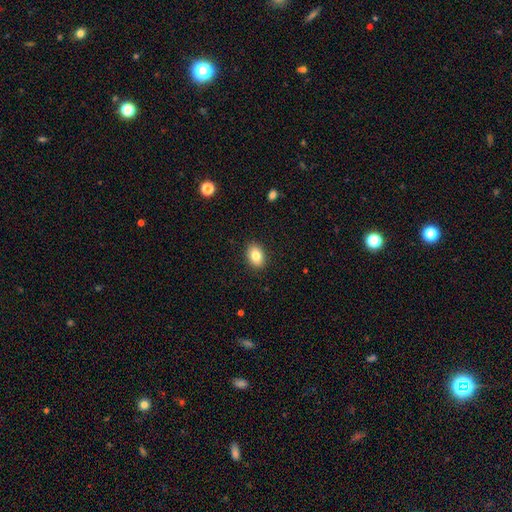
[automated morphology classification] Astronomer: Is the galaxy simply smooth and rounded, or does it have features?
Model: smooth — 83%.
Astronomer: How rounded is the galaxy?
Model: in between — 76%.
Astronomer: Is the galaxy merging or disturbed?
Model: none — 89%.